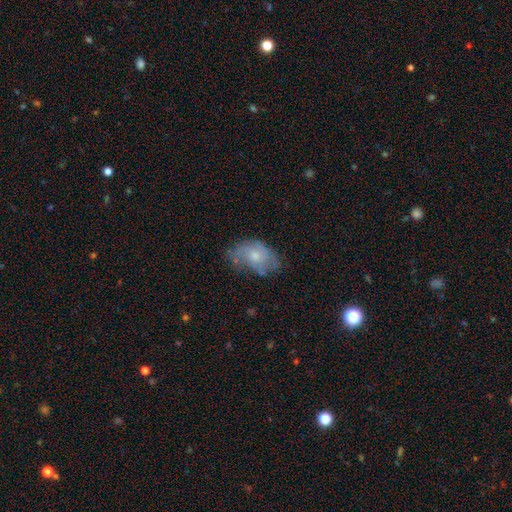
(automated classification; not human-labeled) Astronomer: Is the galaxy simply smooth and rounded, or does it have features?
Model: featured or disk — 49% (runner-up: smooth, 44%).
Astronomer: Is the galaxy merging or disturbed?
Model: none — 50% (runner-up: minor disturbance, 32%).